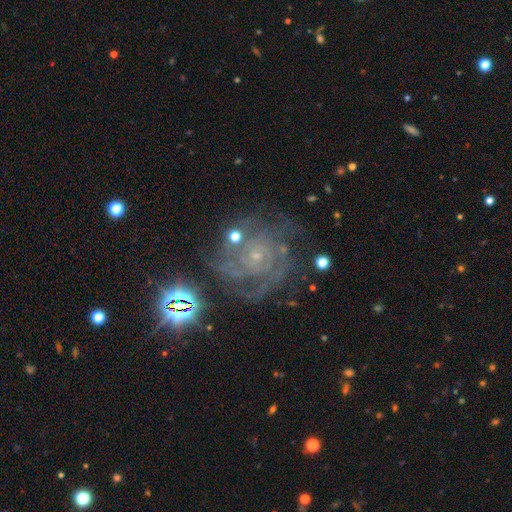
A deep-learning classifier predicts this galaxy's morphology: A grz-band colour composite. It shows a featured or disk galaxy (81%) with no bar (78%), tight (71%) spiral arms (95%) and a small central bulge (81%). Merging: none (67%).